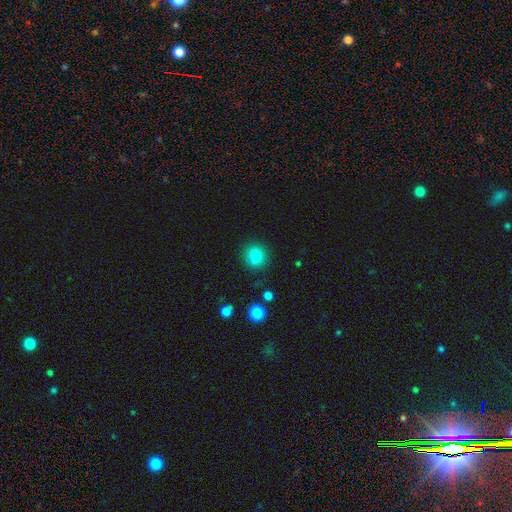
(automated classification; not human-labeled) Overall: smooth (82%). How rounded: round (79%). Merging: none (75%).